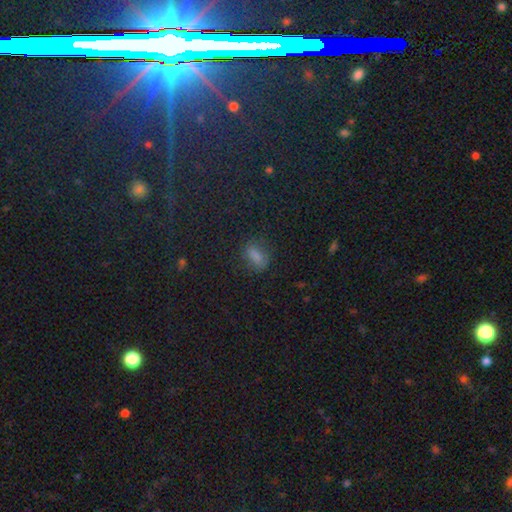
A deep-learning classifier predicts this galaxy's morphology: smooth 63%, star or artifact 27%, featured or disk 10%. Down the decision tree: how rounded — in between (75%); merging — none (78%).